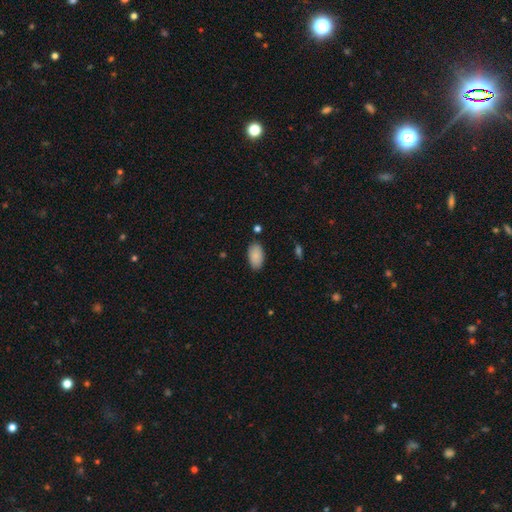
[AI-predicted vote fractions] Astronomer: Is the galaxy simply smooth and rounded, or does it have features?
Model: smooth — 88%.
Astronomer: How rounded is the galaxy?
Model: in between — 95%.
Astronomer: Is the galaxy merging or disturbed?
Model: none — 85%.